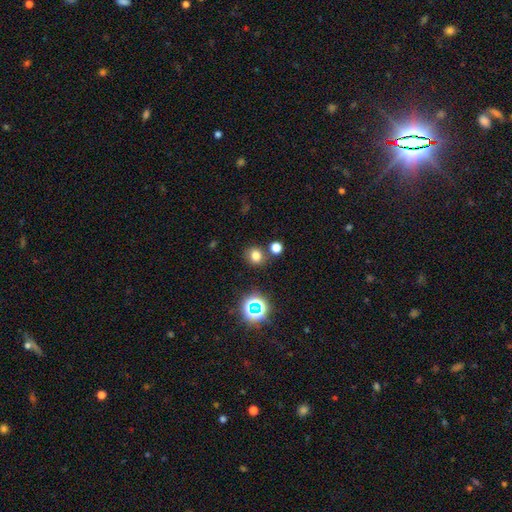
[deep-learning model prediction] The model was most divided on "smooth or featured": smooth: 73%, star or artifact: 20%, featured or disk: 7%. More confident: merging — none (78%); how rounded — round (77%).